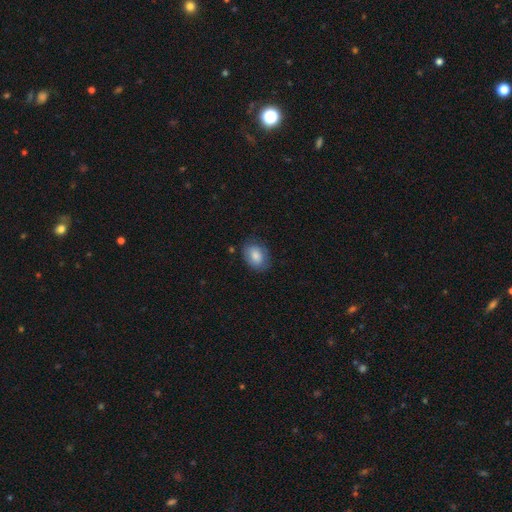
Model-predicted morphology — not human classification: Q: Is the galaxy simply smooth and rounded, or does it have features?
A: smooth — 81%.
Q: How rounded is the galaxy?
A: in between — 71%.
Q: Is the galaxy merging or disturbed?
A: none — 75%.